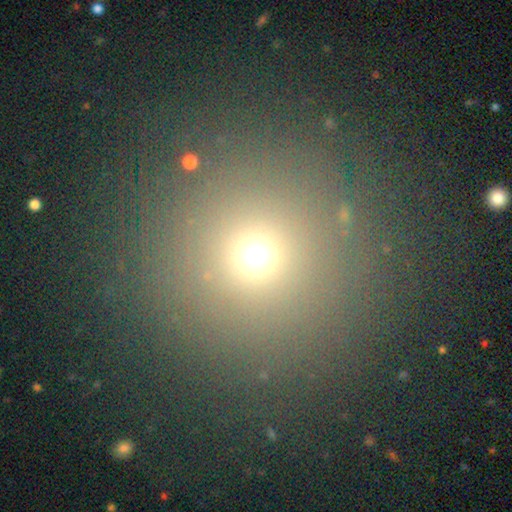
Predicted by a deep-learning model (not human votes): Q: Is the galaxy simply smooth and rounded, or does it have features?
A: smooth — 66%.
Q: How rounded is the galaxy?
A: round — 95%.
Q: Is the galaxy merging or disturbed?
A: none — 87%.